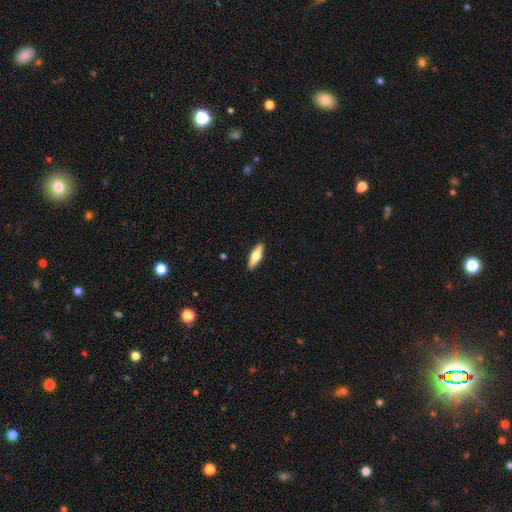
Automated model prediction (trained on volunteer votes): smooth-or-featured: smooth: 60% | featured or disk: 34% | star or artifact: 5%
  how-rounded: in between: 53% | cigar-shaped: 44% | round: 2%
  merging: none: 90% | minor disturbance: 7% | major disturbance: 1% | merger: 1%